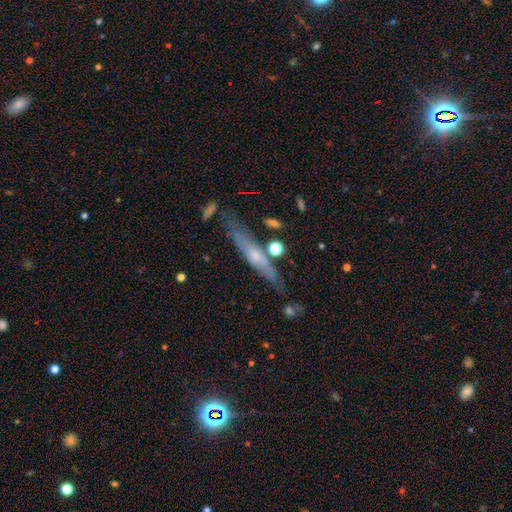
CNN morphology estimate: smooth-or-featured: featured or disk: 55% | smooth: 37% | star or artifact: 8%
  disk-edge-on: yes: 85% | no: 15%
  merging: none: 72% | minor disturbance: 17% | merger: 6% | major disturbance: 5%